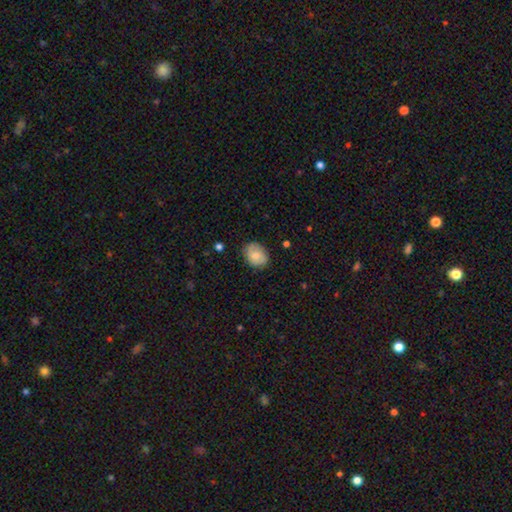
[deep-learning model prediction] A smooth galaxy with no disk features (70%) that is in between round and cigar-shaped (53%).

Vote fractions:
- Smooth or featured? smooth: 70% / featured or disk: 23% / star or artifact: 7%
- How rounded? in between: 53% / round: 46% / cigar-shaped: 1%
- Merging? none: 78% / minor disturbance: 17% / major disturbance: 3% / merger: 1%